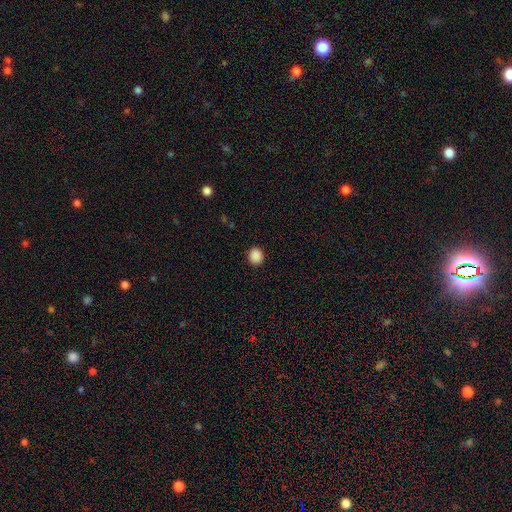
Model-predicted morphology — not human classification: This is clearly a smooth galaxy (89%). How rounded: likely round (74%). Merging: clearly none (91%).